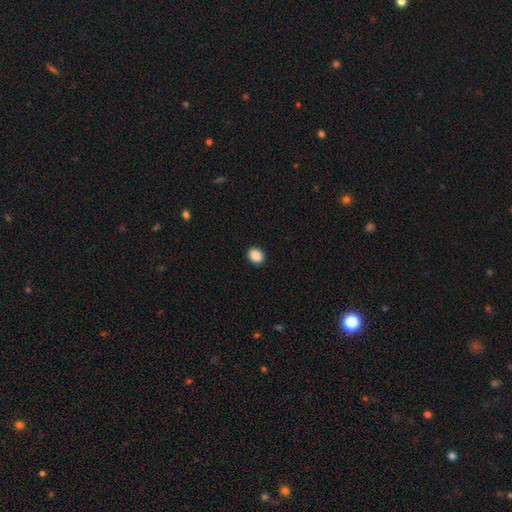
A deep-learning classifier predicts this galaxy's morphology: A smooth galaxy with no disk features (89%) that is round (57%). Merging: none (91%).